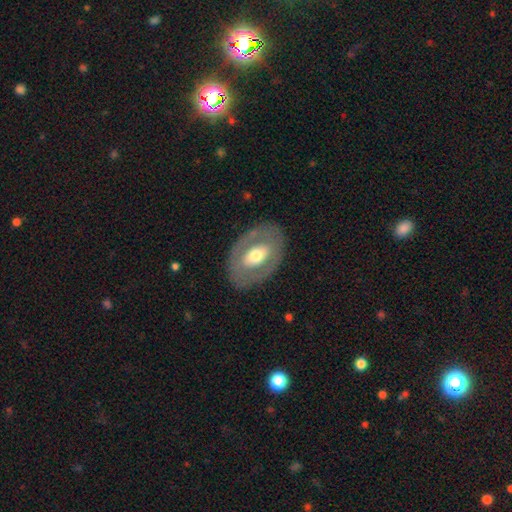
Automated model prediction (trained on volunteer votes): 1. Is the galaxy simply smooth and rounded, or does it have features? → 54% featured or disk, 41% smooth, 5% star or artifact.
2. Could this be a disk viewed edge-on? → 90% no, 10% yes.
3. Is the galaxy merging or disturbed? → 82% none, 11% minor disturbance, 6% major disturbance, 1% merger.